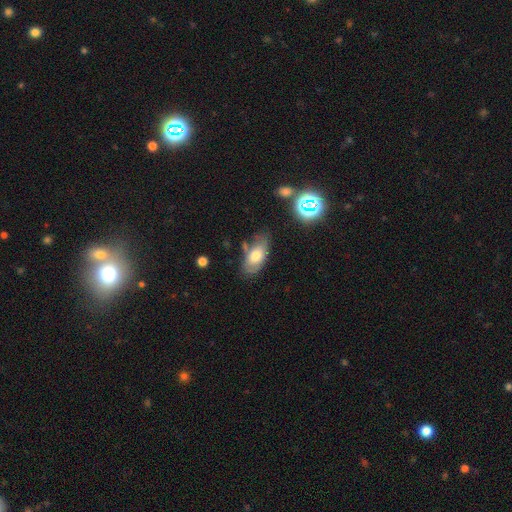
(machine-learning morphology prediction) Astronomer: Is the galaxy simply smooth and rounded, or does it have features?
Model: smooth — 65%.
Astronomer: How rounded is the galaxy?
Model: in between — 90%.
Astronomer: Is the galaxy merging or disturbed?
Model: none — 61%.